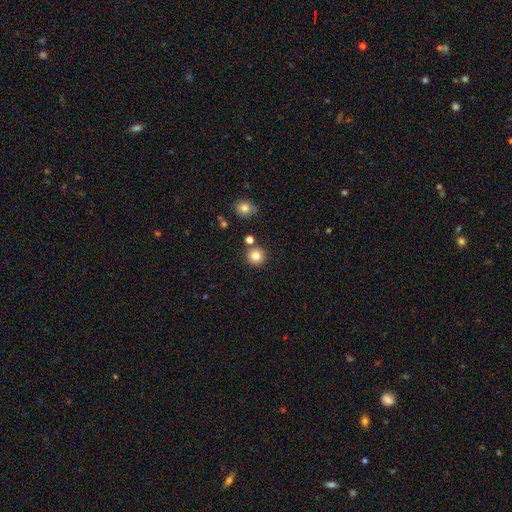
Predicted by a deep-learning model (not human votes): A smooth galaxy with no disk features (81%) that is round (94%). Merging: none (85%).